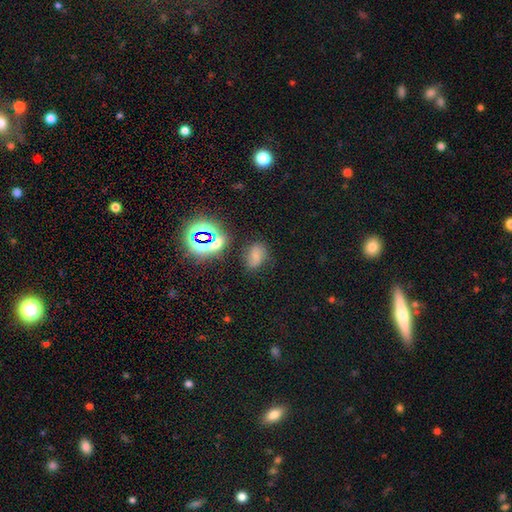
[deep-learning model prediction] Smooth or featured? smooth (55%)
How rounded? in between (77%)
Merging? none (68%)